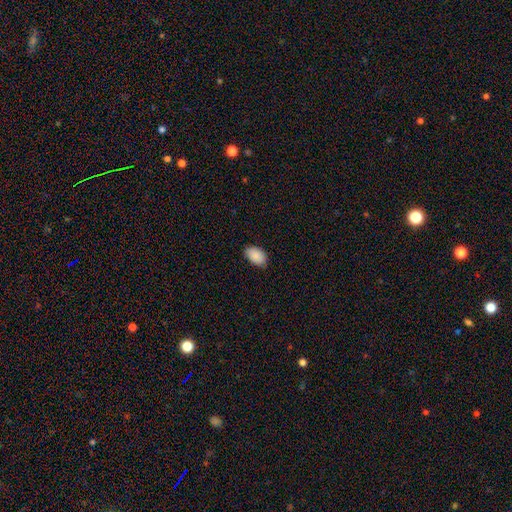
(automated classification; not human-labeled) smooth 90%, star or artifact 6%, featured or disk 4%. Down the decision tree: how rounded — in between (92%); merging — none (80%).